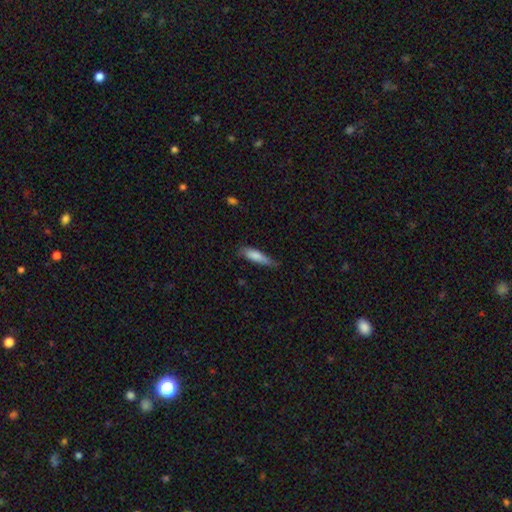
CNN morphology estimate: This appears to be a smooth galaxy with no disk features (80%) that is cigar-shaped (66%). Merging: none (59%).